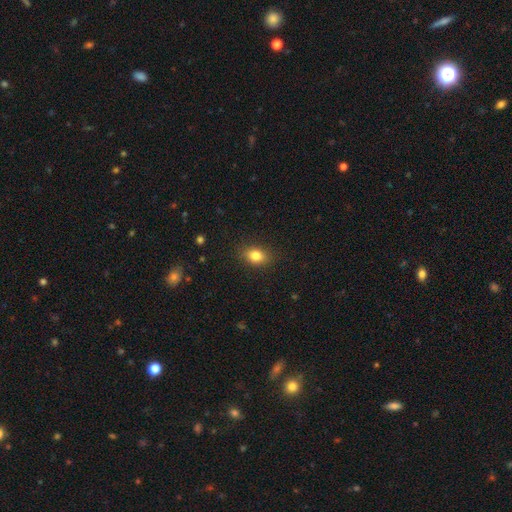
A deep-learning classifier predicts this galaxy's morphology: smooth-or-featured: smooth: 82% | star or artifact: 10% | featured or disk: 7%
  how-rounded: in between: 71% | round: 27% | cigar-shaped: 2%
  merging: none: 86% | minor disturbance: 10% | major disturbance: 3% | merger: 1%